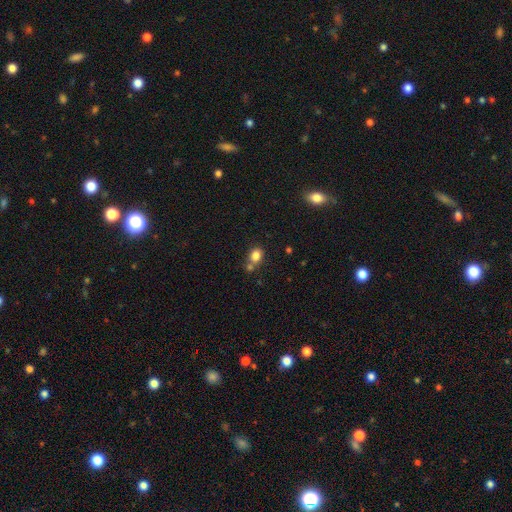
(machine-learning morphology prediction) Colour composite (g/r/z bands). It shows a smooth galaxy with no disk features (82%) that is round (52%). Merging: none (58%).